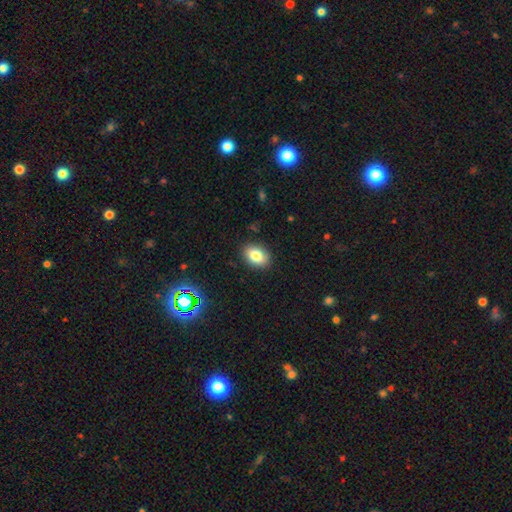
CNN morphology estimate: This appears to be a smooth galaxy with no disk features (82%) that is in between round and cigar-shaped (79%). Merging: none (88%).